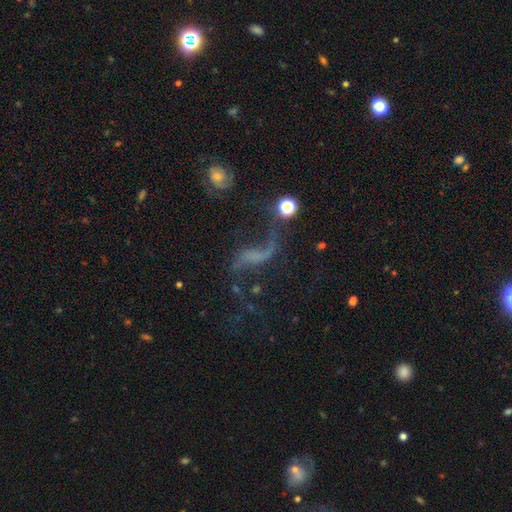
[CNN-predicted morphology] smooth_or_featured: featured or disk (p=0.68) [alt: star or artifact p=0.17]
disk_edge_on: no (p=0.93) [alt: yes p=0.07]
bar: no (p=0.47) [alt: weak p=0.30]
has_spiral_arms: yes (p=0.83) [alt: no p=0.17]
spiral_winding: loose (p=0.91) [alt: medium p=0.07]
spiral_arm_count: 2 (p=0.79) [alt: 1 p=0.14]
bulge_size: none (p=0.63) [alt: small p=0.24]
merging: none (p=0.46) [alt: major disturbance p=0.28]